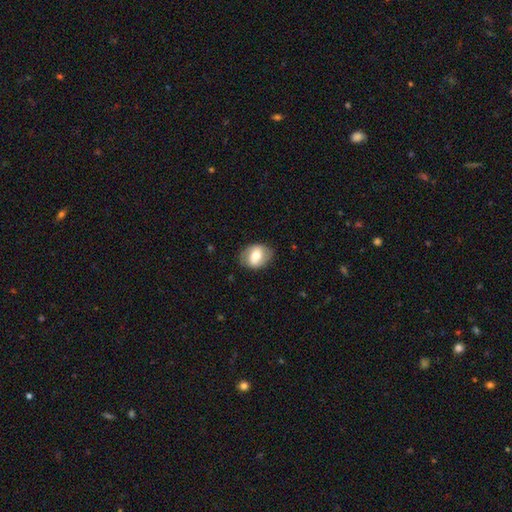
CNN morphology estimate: This is possibly a smooth galaxy (55%). How rounded: likely in between (68%). Merging: likely none (80%).